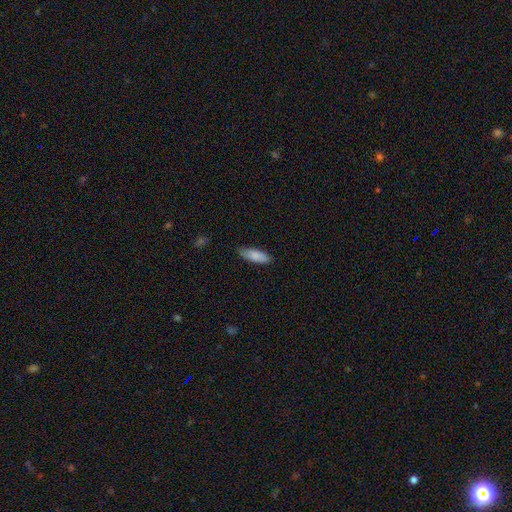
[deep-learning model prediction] This is clearly a smooth galaxy (87%). How rounded: likely in between (63%). Merging: clearly none (80%).